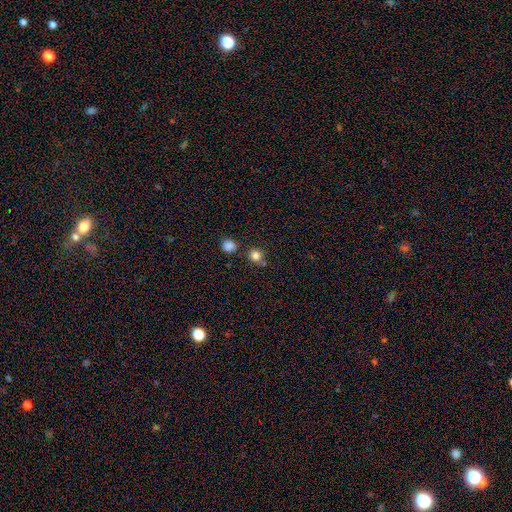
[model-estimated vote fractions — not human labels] Overall: smooth (82%). How rounded: round (91%). Merging: none (75%).